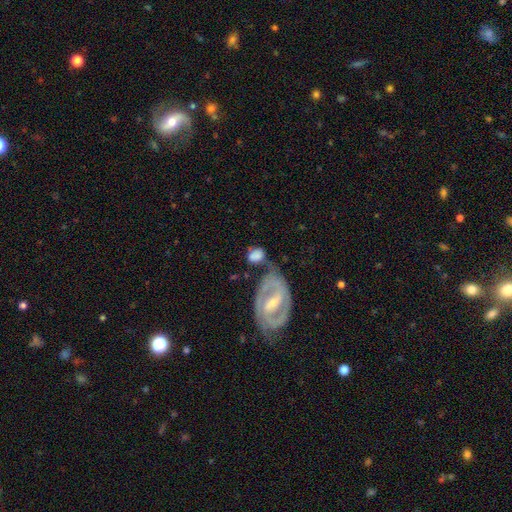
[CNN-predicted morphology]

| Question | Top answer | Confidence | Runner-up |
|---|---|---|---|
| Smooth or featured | smooth | 52% | featured or disk (40%) |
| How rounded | in between | 56% | round (41%) |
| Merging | none | 43% | merger (25%) |